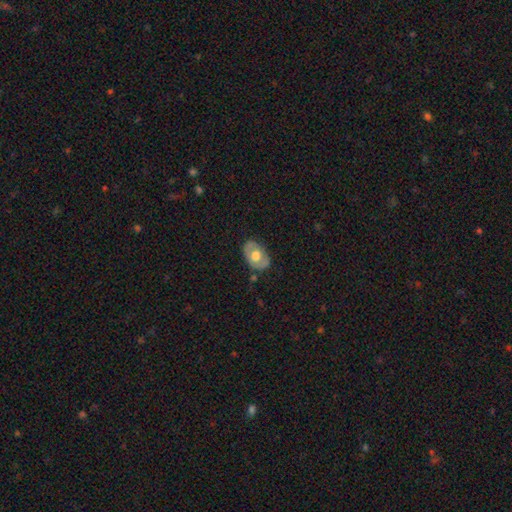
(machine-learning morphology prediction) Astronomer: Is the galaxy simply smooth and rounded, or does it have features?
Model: smooth — 50% (runner-up: featured or disk, 44%).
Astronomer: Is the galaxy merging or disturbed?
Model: none — 77%.